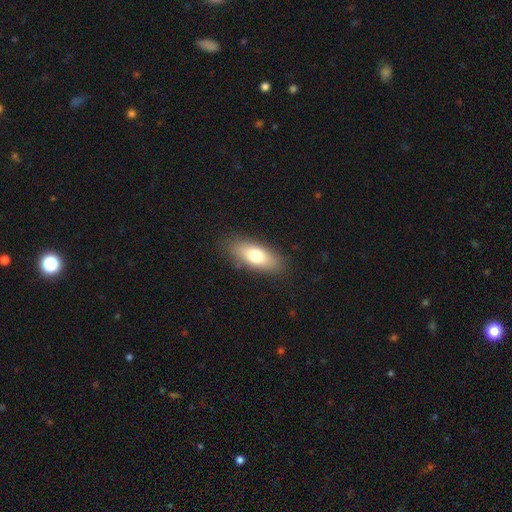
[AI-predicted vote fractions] A smooth galaxy with no disk features (72%) that is in between round and cigar-shaped (76%).

Vote fractions:
- Smooth or featured? smooth: 72% / featured or disk: 20% / star or artifact: 8%
- How rounded? in between: 76% / cigar-shaped: 20% / round: 4%
- Merging? none: 85% / minor disturbance: 10% / major disturbance: 3% / merger: 1%